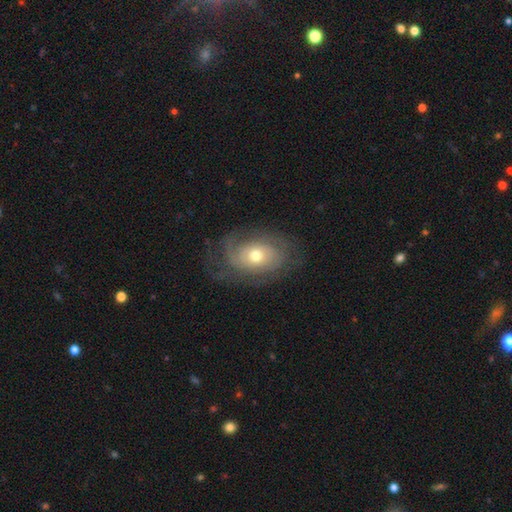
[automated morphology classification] type=featured or disk (72%); edge-on=no (95%); bar=no (82%); spiral arms=yes (85%); winding=tight (57%); arm count=can't tell (40%); bulge=moderate (66%); merging=none (66%).